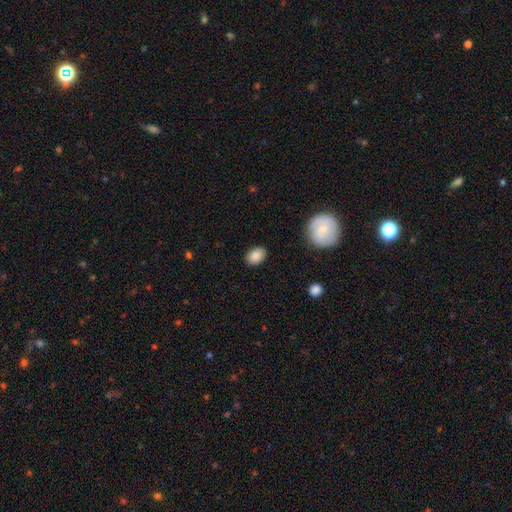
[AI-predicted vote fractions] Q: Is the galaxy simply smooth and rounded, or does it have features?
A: smooth — 87%.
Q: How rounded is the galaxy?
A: in between — 77%.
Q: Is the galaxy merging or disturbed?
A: none — 88%.